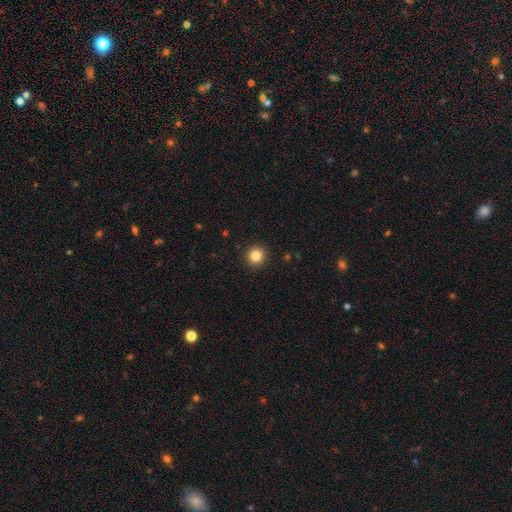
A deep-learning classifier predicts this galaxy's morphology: smooth-or-featured: smooth: 83% | star or artifact: 11% | featured or disk: 5%
  how-rounded: round: 95% | in between: 4% | cigar-shaped: 1%
  merging: none: 93% | minor disturbance: 5% | major disturbance: 2% | merger: 1%